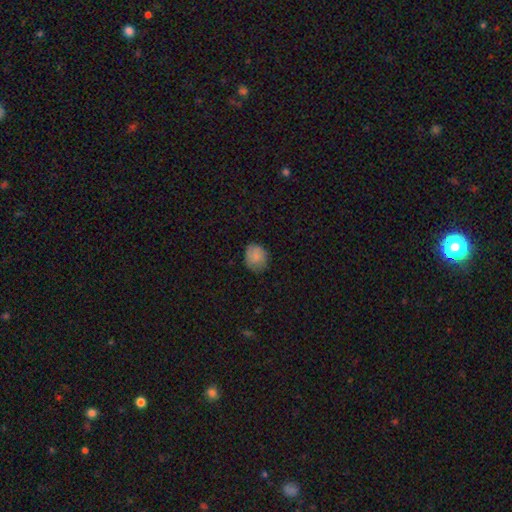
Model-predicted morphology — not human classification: A smooth galaxy with no disk features (81%) that is round (71%). Merging: none (75%).